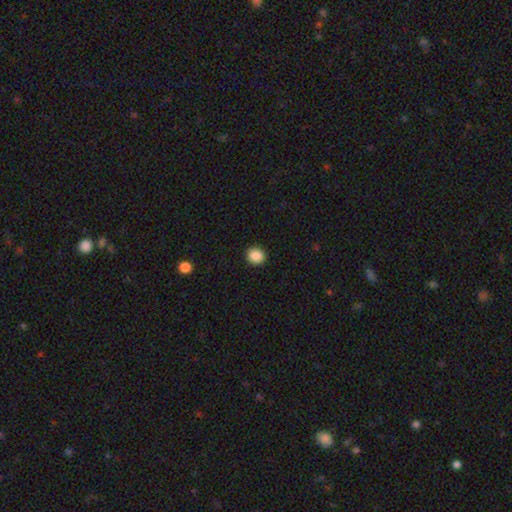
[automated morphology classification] Q: Smooth or featured?
A: smooth (88%); runner-up: star or artifact (9%)
Q: How rounded?
A: round (83%); runner-up: in between (16%)
Q: Merging?
A: none (92%); runner-up: minor disturbance (5%)